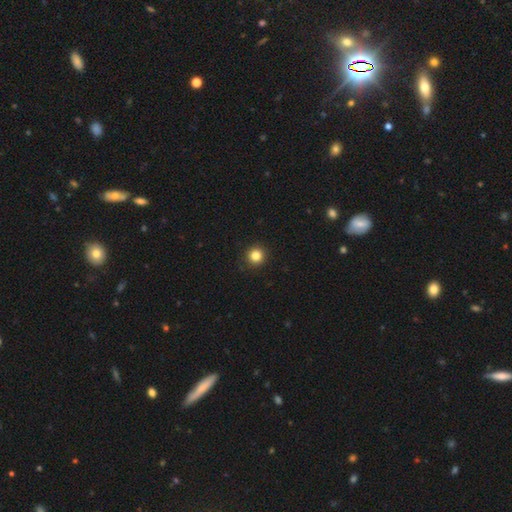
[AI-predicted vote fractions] A smooth galaxy with no disk features (84%) that is round (95%).

Vote fractions:
- Smooth or featured? smooth: 84% / star or artifact: 12% / featured or disk: 4%
- How rounded? round: 95% / in between: 4% / cigar-shaped: 1%
- Merging? none: 93% / minor disturbance: 5% / major disturbance: 2% / merger: 1%